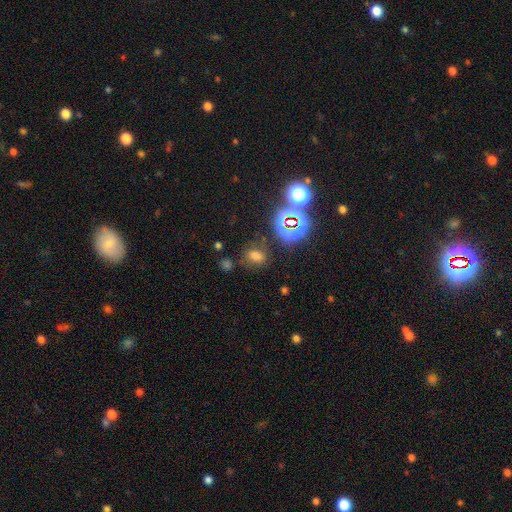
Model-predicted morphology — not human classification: This is possibly a smooth galaxy (59%). How rounded: likely in between (63%). Merging: likely none (69%).